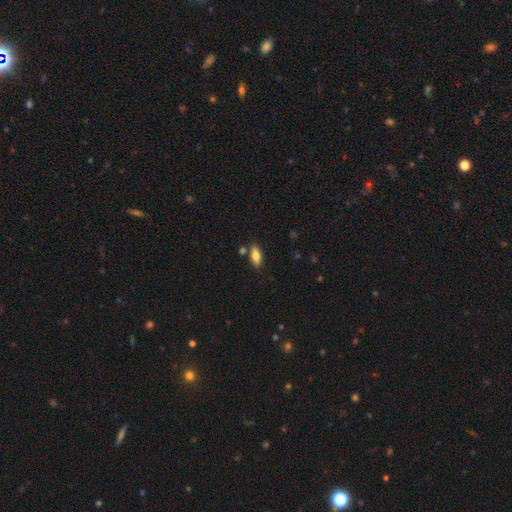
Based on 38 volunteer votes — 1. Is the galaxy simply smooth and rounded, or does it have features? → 74% smooth, 21% featured or disk, 5% star or artifact.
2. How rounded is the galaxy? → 86% in between, 14% cigar-shaped, 0% round.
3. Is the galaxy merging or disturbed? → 78% none, 11% minor disturbance, 8% merger, 3% major disturbance.